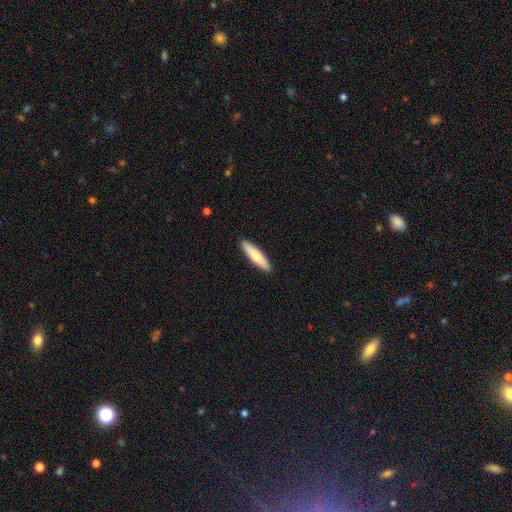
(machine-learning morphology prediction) Smooth or featured: smooth — 76% (featured or disk — 19%)
How rounded: cigar-shaped — 78% (in between — 21%)
Merging: none — 91% (minor disturbance — 6%)